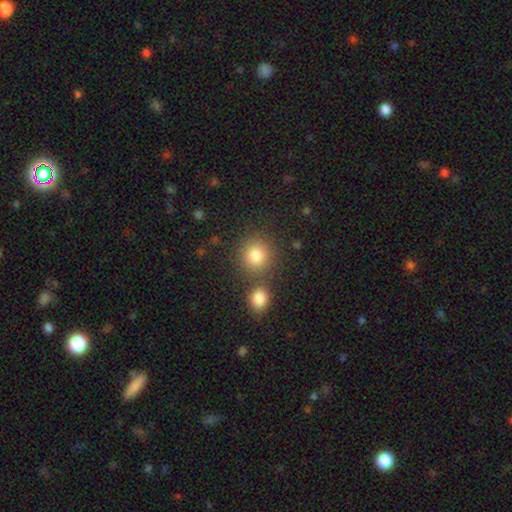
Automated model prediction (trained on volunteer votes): Smooth or featured: smooth — 84% (star or artifact — 10%)
How rounded: round — 88% (in between — 11%)
Merging: none — 68% (merger — 20%)